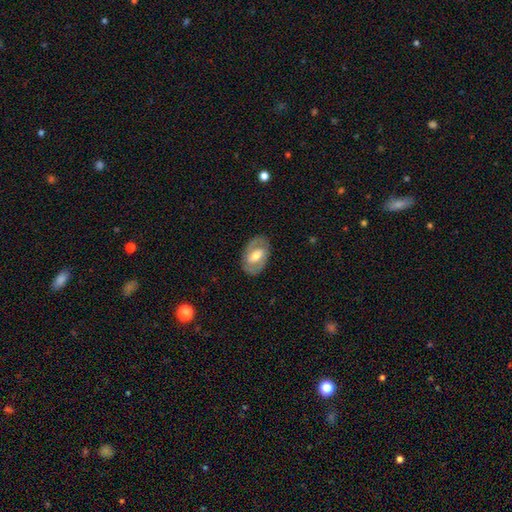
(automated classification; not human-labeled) Smooth or featured: featured or disk — 66% (smooth — 29%)
Edge-on disk: no — 94% (yes — 6%)
Bar: weak — 43% (no — 30%)
Spiral arms: yes — 62% (no — 38%)
Bulge size: moderate — 62% (small — 18%)
Merging: none — 83% (minor disturbance — 12%)